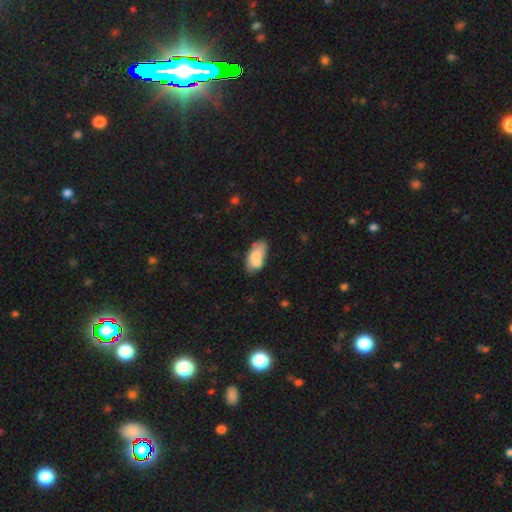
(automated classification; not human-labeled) Smooth or featured? Predicted: smooth (p=0.72). How rounded? Predicted: in between (p=0.89). Merging? Predicted: none (p=0.58).